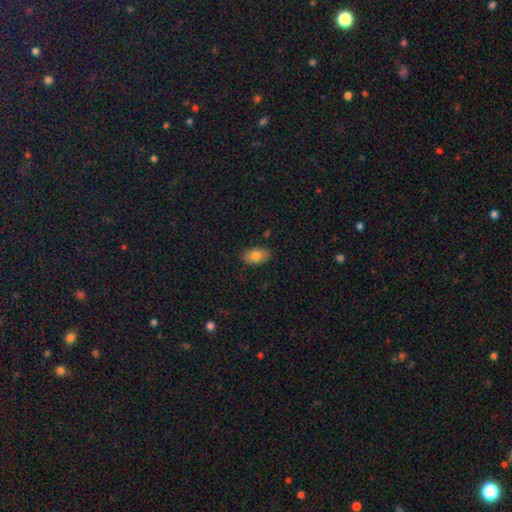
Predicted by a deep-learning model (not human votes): This appears to be a smooth galaxy with no disk features (80%) that is in between round and cigar-shaped (90%). Merging: none (86%).